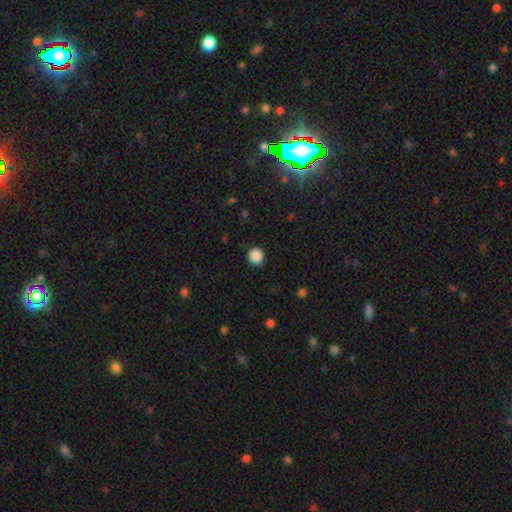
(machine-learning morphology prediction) Q: Smooth or featured?
A: smooth (88%); runner-up: star or artifact (10%)
Q: How rounded?
A: round (92%); runner-up: in between (7%)
Q: Merging?
A: none (90%); runner-up: minor disturbance (7%)